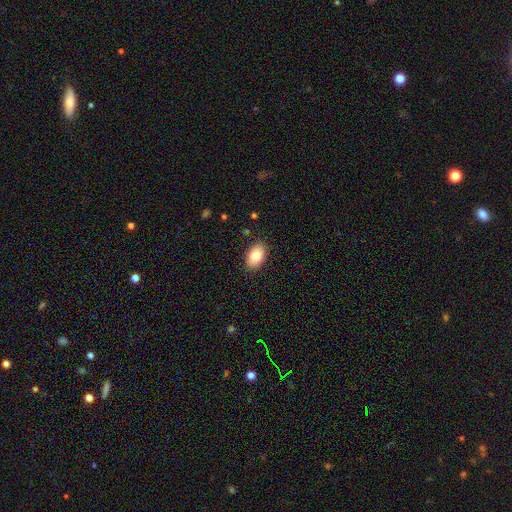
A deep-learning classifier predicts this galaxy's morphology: Smooth or featured?
  - smooth: 83% *
  - featured or disk: 10%
  - star or artifact: 7%
How rounded?
  - in between: 90% *
  - round: 9%
  - cigar-shaped: 1%
Merging?
  - none: 87% *
  - minor disturbance: 10%
  - major disturbance: 2%
  - merger: 1%